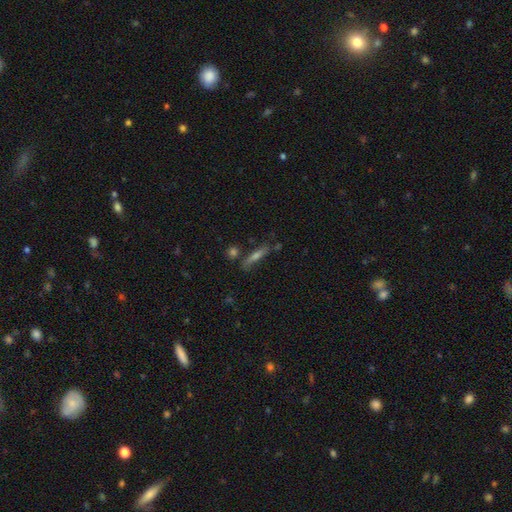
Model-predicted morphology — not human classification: Smooth or featured? featured or disk (44%)
Merging? none (71%)